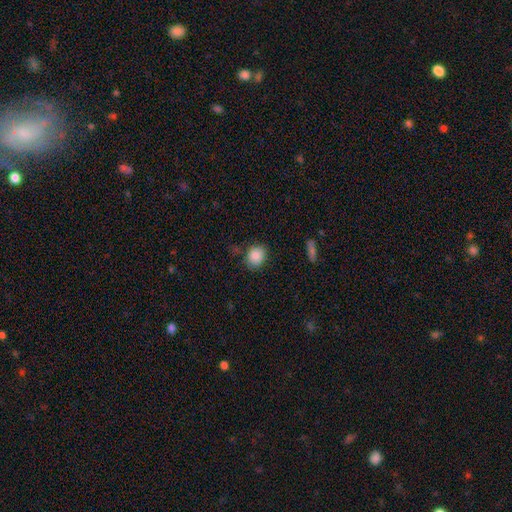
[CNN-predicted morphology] Smooth or featured? smooth (86%)
How rounded? round (63%)
Merging? none (79%)